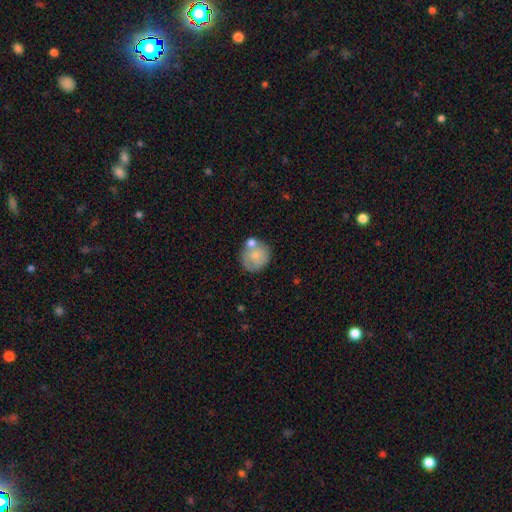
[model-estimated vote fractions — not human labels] Q: Smooth or featured?
A: smooth (67%); runner-up: featured or disk (26%)
Q: How rounded?
A: round (83%); runner-up: in between (16%)
Q: Merging?
A: none (52%); runner-up: merger (25%)